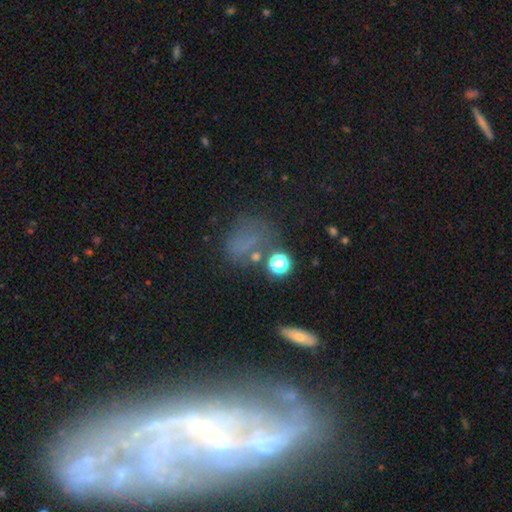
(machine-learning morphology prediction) type=smooth (55%); roundness=round (50%); merging=none (54%).